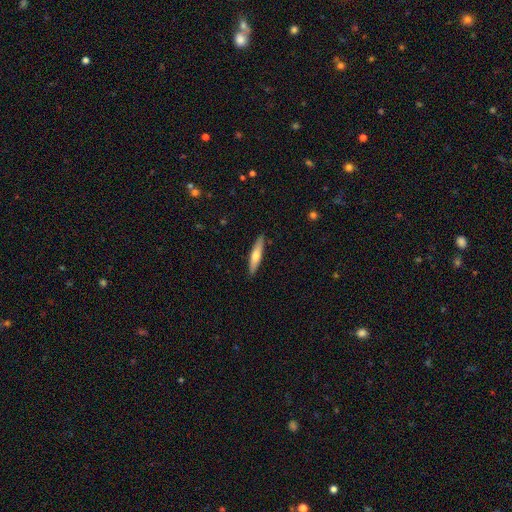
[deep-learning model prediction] smooth 57%, featured or disk 37%, star or artifact 5%. Down the decision tree: how rounded — cigar-shaped (84%); merging — none (90%).